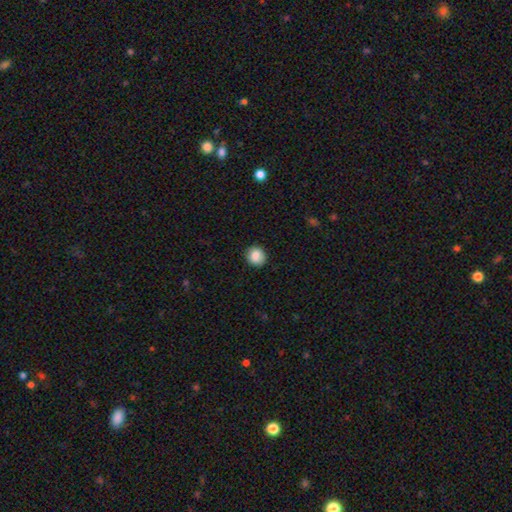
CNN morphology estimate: Smooth or featured? smooth (86%)
How rounded? round (84%)
Merging? none (88%)